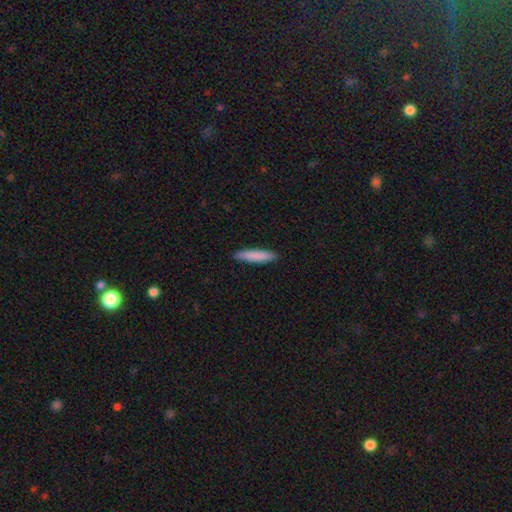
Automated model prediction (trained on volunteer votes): Q: Smooth or featured?
A: smooth (86%); runner-up: featured or disk (9%)
Q: How rounded?
A: cigar-shaped (87%); runner-up: in between (12%)
Q: Merging?
A: none (91%); runner-up: minor disturbance (7%)